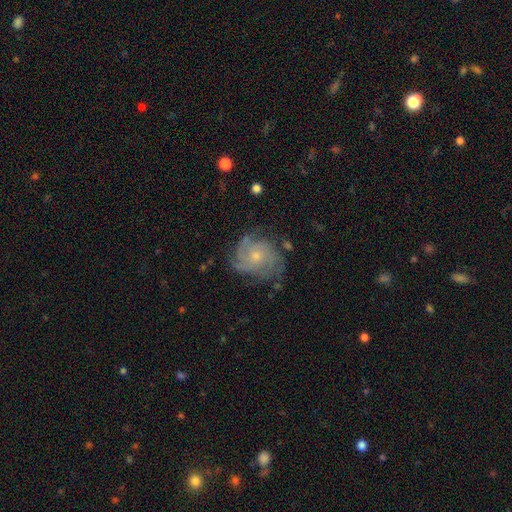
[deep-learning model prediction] smooth-or-featured: featured or disk: 78% | smooth: 14% | star or artifact: 8%
  disk-edge-on: no: 98% | yes: 2%
    bar: no: 78% | weak: 19% | strong: 2%
    has-spiral-arms: yes: 93% | no: 7%
      spiral-winding: tight: 53% | medium: 36% | loose: 11%
      spiral-arm-count: can't tell: 29% | 3: 28% | 4: 16% | 2: 15% | more than 4: 6% | 1: 6%
    bulge-size: small: 63% | moderate: 32% | none: 3% | large: 2% | dominant: 1%
  merging: none: 65% | minor disturbance: 22% | major disturbance: 11% | merger: 2%